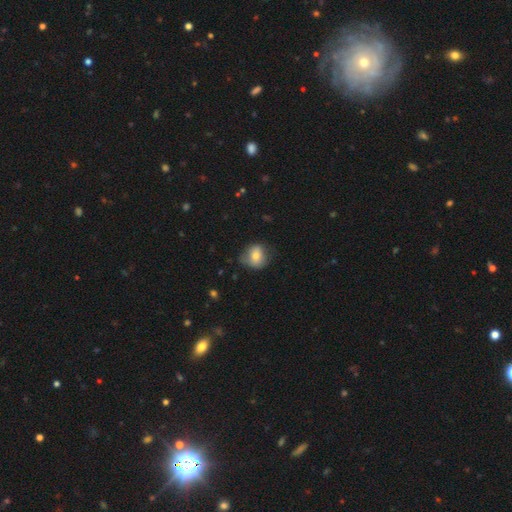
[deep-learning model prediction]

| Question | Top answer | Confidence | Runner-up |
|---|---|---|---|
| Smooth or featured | smooth | 73% | featured or disk (19%) |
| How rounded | round | 63% | in between (36%) |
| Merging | none | 57% | minor disturbance (31%) |